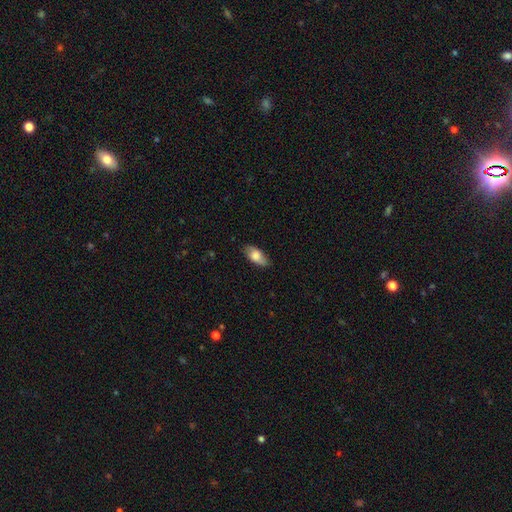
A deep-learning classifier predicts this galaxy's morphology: Smooth or featured?
  - smooth: 74% *
  - featured or disk: 20%
  - star or artifact: 6%
How rounded?
  - in between: 87% *
  - cigar-shaped: 10%
  - round: 3%
Merging?
  - none: 81% *
  - minor disturbance: 15%
  - major disturbance: 3%
  - merger: 1%